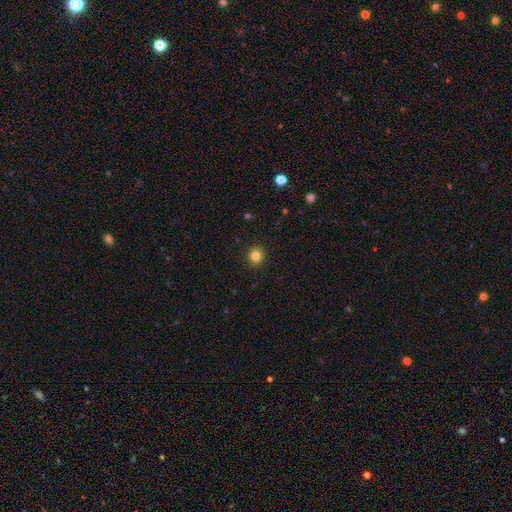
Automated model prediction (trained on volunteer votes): A smooth galaxy with no disk features (83%) that is round (85%). Merging: none (92%).